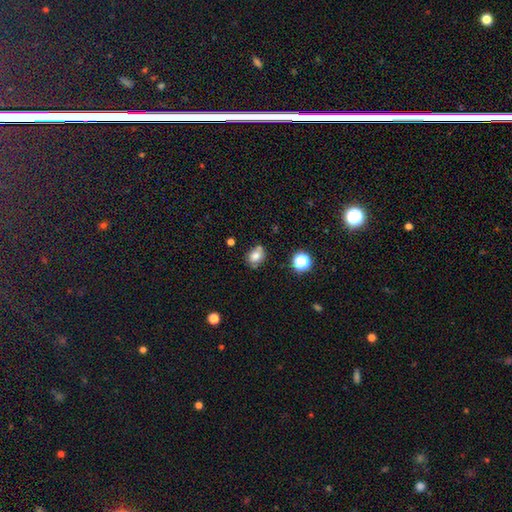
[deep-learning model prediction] smooth_or_featured: smooth (p=0.75) [alt: star or artifact p=0.14]
how_rounded: in between (p=0.52) [alt: round p=0.47]
merging: none (p=0.61) [alt: minor disturbance p=0.23]